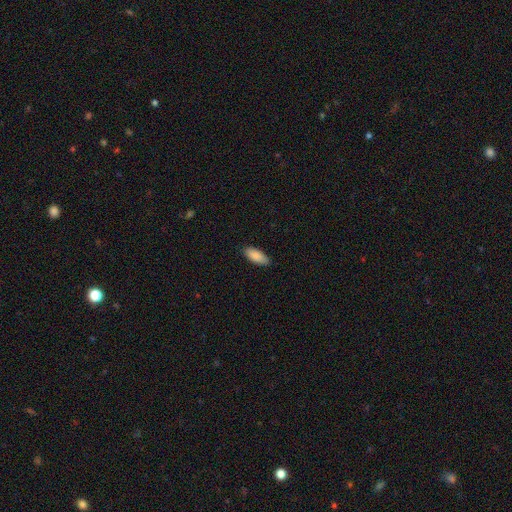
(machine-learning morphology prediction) type=smooth (88%); roundness=in between (83%); merging=none (87%).